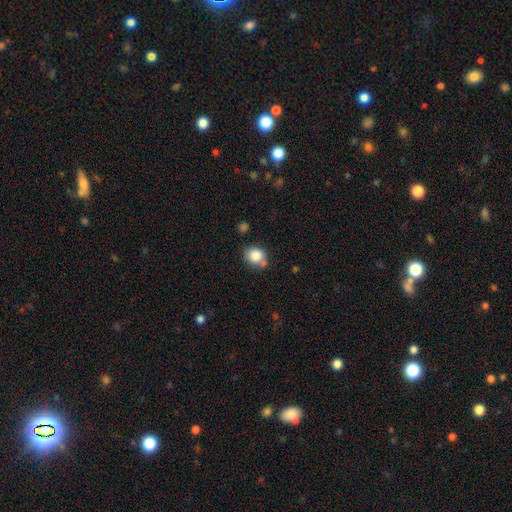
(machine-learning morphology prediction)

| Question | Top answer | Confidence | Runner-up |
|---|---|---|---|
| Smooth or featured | smooth | 85% | star or artifact (9%) |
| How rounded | round | 72% | in between (27%) |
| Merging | none | 64% | merger (16%) |